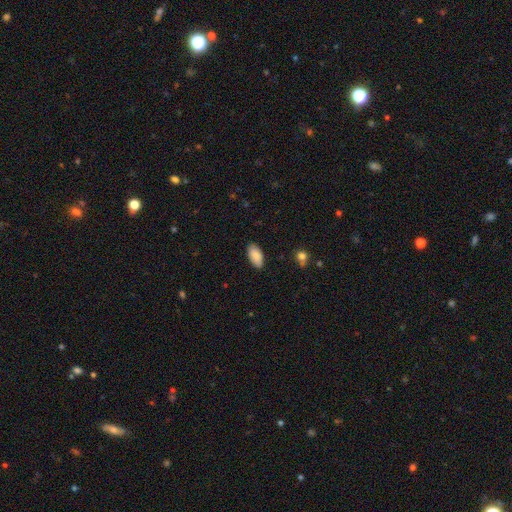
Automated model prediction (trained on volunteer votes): Overall: smooth (87%). How rounded: in between (93%). Merging: none (86%).